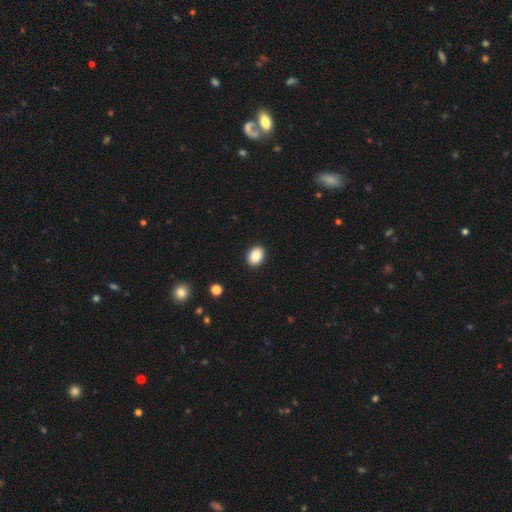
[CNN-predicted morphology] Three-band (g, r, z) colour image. It shows a smooth galaxy with no disk features (86%) that is in between round and cigar-shaped (58%). Merging: none (92%).